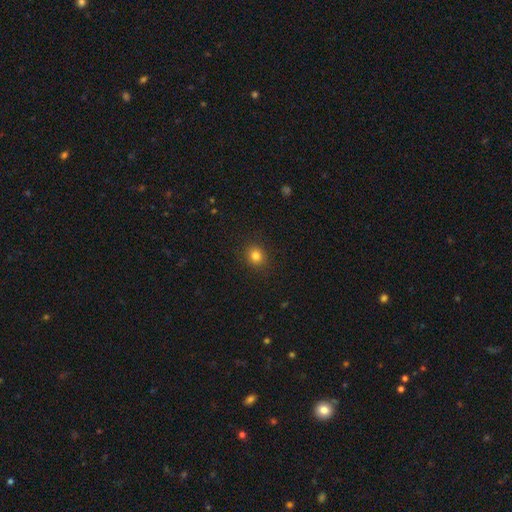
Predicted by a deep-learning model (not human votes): Smooth or featured? smooth (81%)
How rounded? round (79%)
Merging? none (90%)